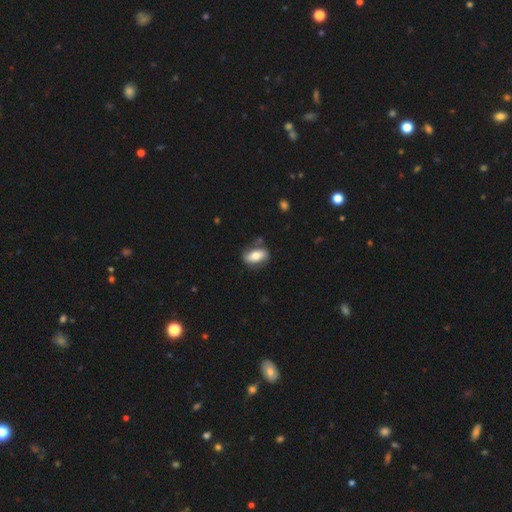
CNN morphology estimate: Overall: smooth (67%). How rounded: in between (87%). Merging: none (73%).